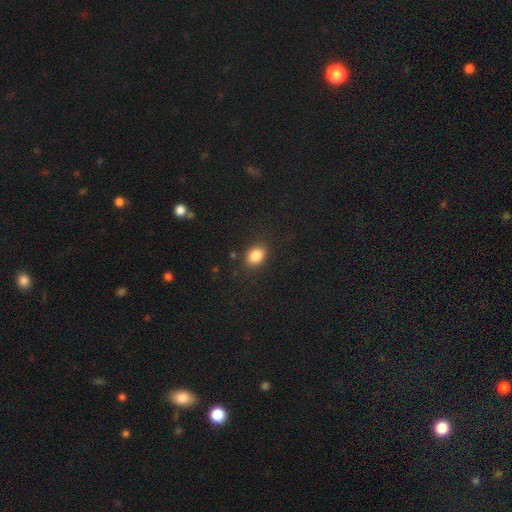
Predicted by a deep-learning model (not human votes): A smooth galaxy with no disk features (85%) that is in between round and cigar-shaped (66%). Merging: none (85%).